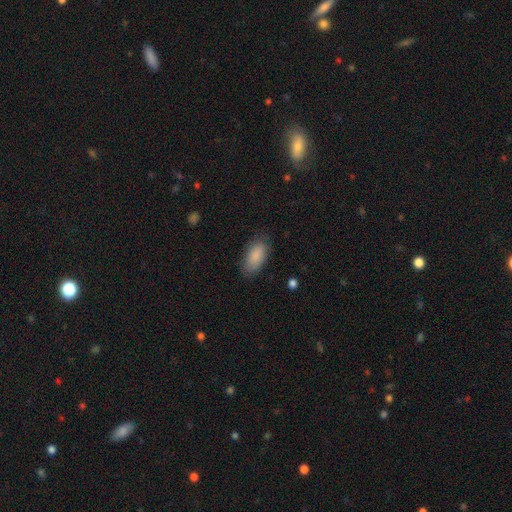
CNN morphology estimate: smooth-or-featured: smooth: 88% | featured or disk: 6% | star or artifact: 6%
  how-rounded: in between: 91% | cigar-shaped: 7% | round: 2%
  merging: none: 81% | minor disturbance: 14% | major disturbance: 3% | merger: 1%